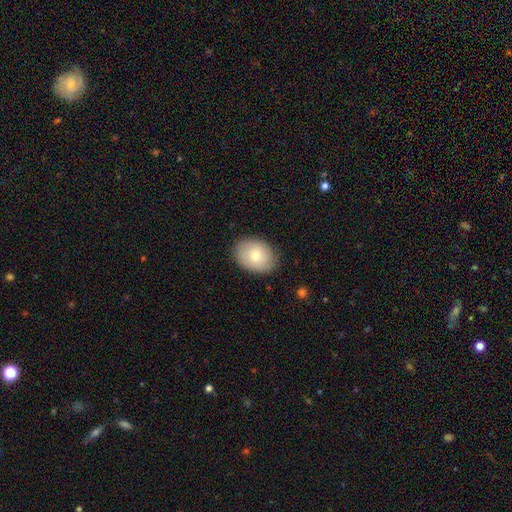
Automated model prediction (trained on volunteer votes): Morphology: type=smooth (75%); roundness=in between (73%); merging=none (84%).